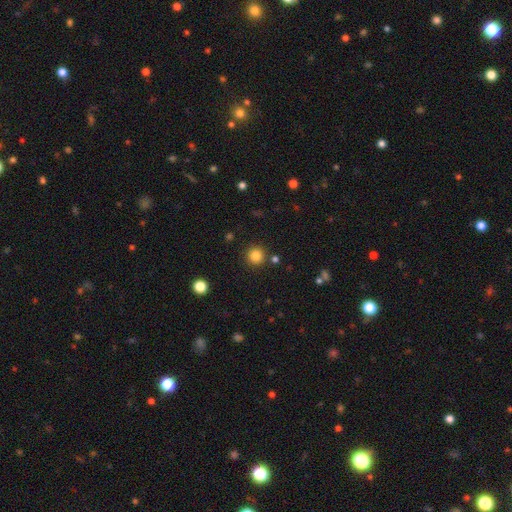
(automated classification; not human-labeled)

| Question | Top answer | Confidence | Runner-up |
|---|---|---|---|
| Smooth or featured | smooth | 83% | star or artifact (12%) |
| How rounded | round | 95% | in between (4%) |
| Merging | none | 88% | minor disturbance (6%) |